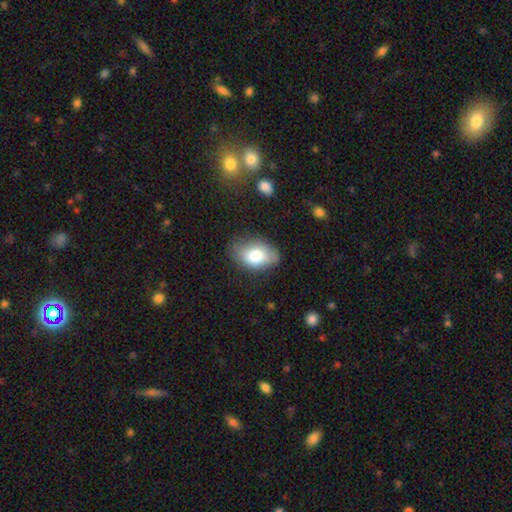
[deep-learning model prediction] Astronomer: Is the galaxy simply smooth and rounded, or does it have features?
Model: smooth — 76%.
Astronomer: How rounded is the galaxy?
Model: in between — 88%.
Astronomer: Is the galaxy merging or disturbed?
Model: none — 65%.